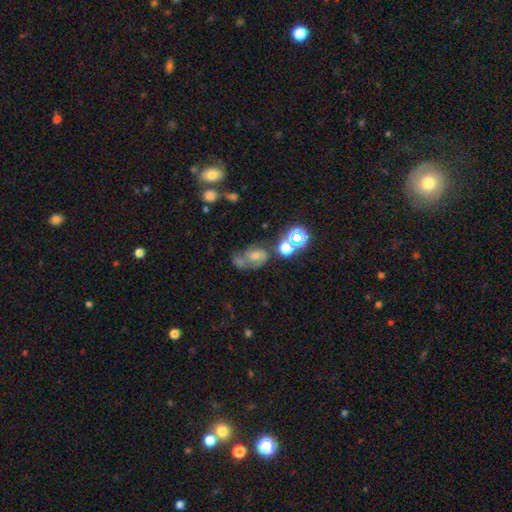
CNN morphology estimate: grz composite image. It shows a featured or disk galaxy (44%). Merging: none (39%).